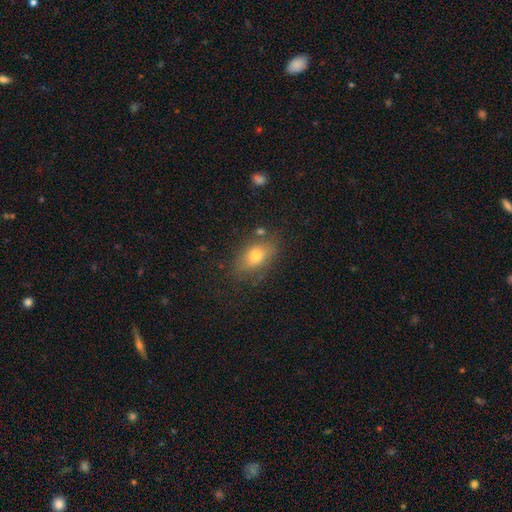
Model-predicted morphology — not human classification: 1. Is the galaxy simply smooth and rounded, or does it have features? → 69% smooth, 20% featured or disk, 11% star or artifact.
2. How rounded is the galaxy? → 80% in between, 16% round, 5% cigar-shaped.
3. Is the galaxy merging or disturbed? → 71% none, 19% minor disturbance, 6% major disturbance, 4% merger.